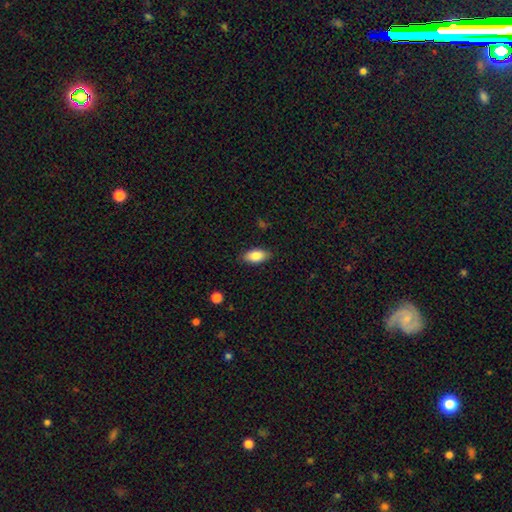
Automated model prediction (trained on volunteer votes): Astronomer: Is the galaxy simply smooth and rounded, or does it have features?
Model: smooth — 84%.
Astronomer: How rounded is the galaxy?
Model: in between — 92%.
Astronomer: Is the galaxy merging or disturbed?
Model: none — 86%.